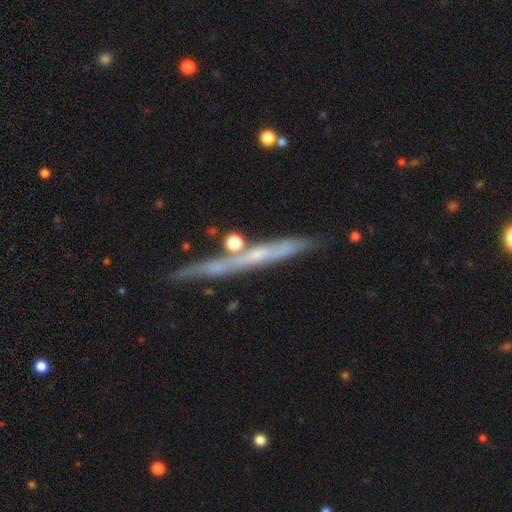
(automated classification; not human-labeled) This is likely a featured or disk galaxy (65%). It is clearly viewed edge-on (92%). Edge-on bulge: likely none (66%). Merging: likely none (76%).